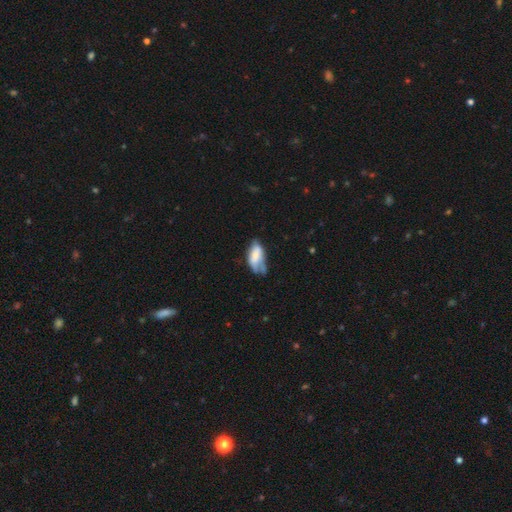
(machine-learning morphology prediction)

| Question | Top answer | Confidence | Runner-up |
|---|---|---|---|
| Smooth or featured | smooth | 62% | featured or disk (30%) |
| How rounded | in between | 90% | cigar-shaped (7%) |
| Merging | minor disturbance | 36% | none (28%) |